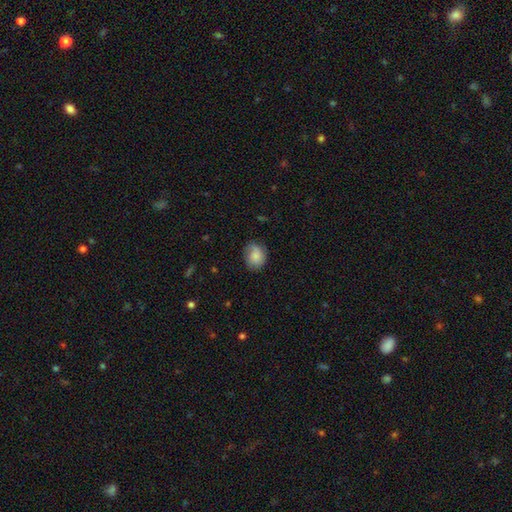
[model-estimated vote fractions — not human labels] Morphology: type=smooth (80%); roundness=in between (50%); merging=none (71%).